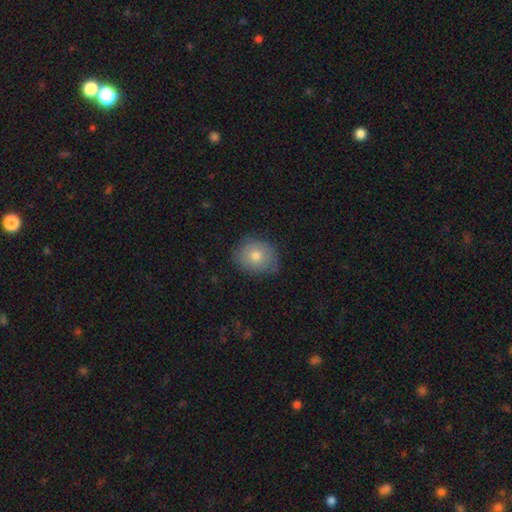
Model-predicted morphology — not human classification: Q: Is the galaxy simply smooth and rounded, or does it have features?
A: smooth — 73%.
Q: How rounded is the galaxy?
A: round — 64%.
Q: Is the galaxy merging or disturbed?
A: none — 74%.